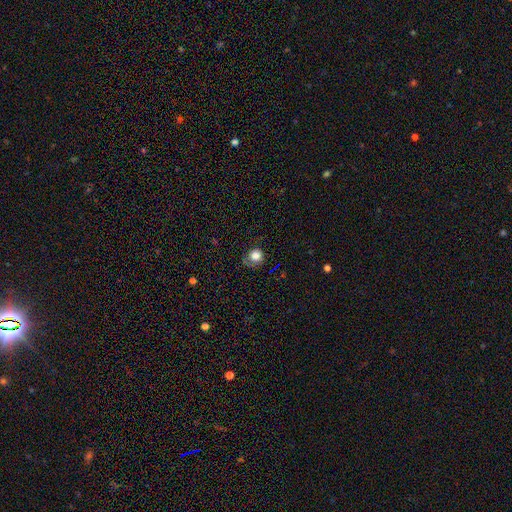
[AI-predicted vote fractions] Overall: smooth (79%). How rounded: round (87%). Merging: none (65%).